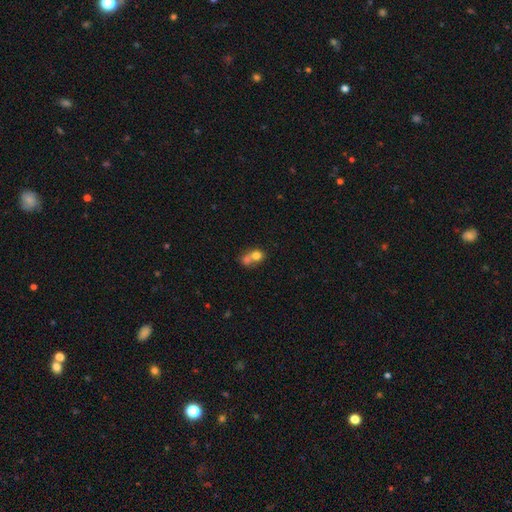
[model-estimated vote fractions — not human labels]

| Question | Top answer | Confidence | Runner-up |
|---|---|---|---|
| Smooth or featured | smooth | 72% | featured or disk (17%) |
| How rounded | round | 65% | in between (34%) |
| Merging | merger | 63% | none (25%) |